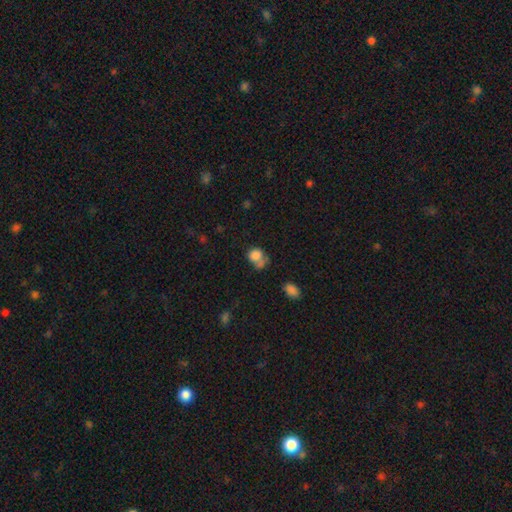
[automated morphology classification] smooth 80%, star or artifact 11%, featured or disk 10%. Down the decision tree: how rounded — round (63%); merging — merger (38%).